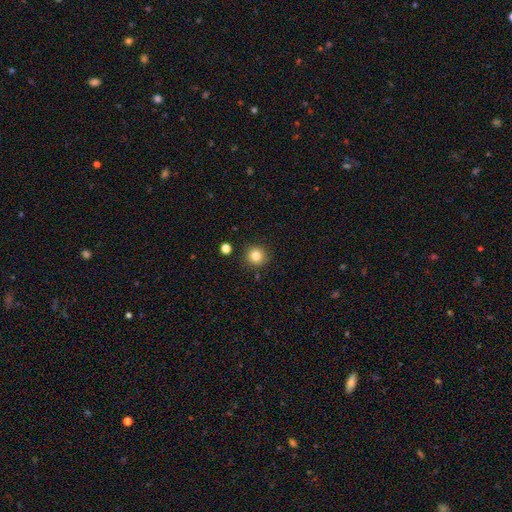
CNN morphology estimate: Q: Smooth or featured?
A: smooth (83%); runner-up: star or artifact (11%)
Q: How rounded?
A: round (94%); runner-up: in between (5%)
Q: Merging?
A: none (89%); runner-up: minor disturbance (7%)